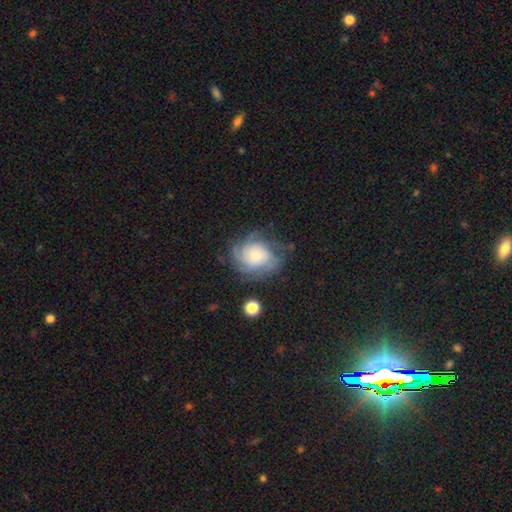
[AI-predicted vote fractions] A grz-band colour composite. It shows a featured or disk galaxy (62%) with no bar (80%), tight (48%) spiral arms (88%) and a moderate central bulge (32%). Merging: none (56%).